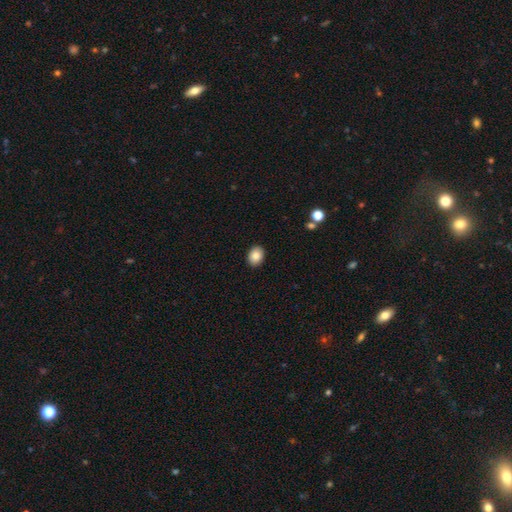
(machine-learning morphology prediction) Smooth or featured: smooth — 85% (star or artifact — 8%)
How rounded: in between — 69% (round — 30%)
Merging: none — 90% (minor disturbance — 7%)